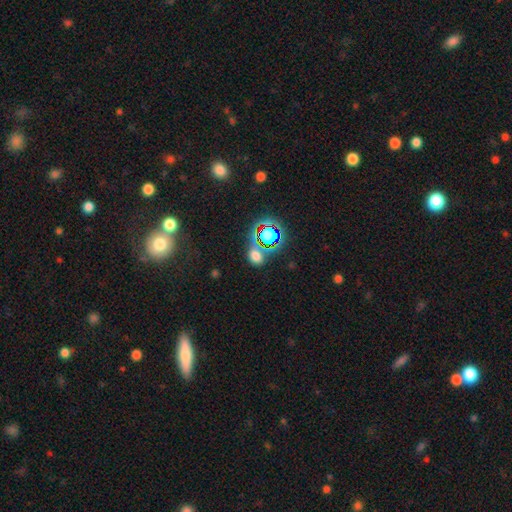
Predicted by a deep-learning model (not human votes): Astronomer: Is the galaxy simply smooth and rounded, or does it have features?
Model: smooth — 57% (runner-up: star or artifact, 34%).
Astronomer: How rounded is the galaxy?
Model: in between — 51% (runner-up: round, 46%).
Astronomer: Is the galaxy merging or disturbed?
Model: none — 63%.